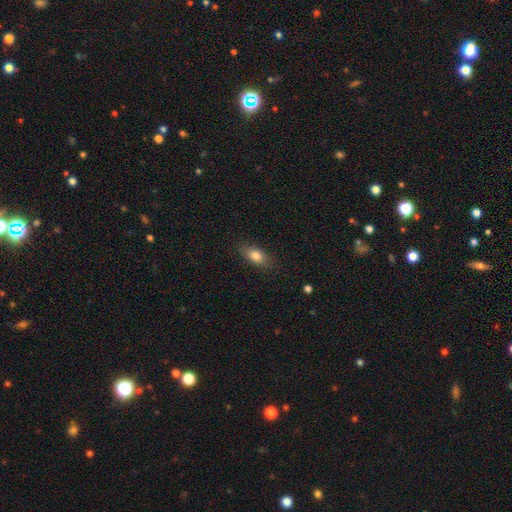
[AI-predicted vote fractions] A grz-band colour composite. It shows a smooth galaxy with no disk features (81%) that is in between round and cigar-shaped (83%). Merging: none (84%).